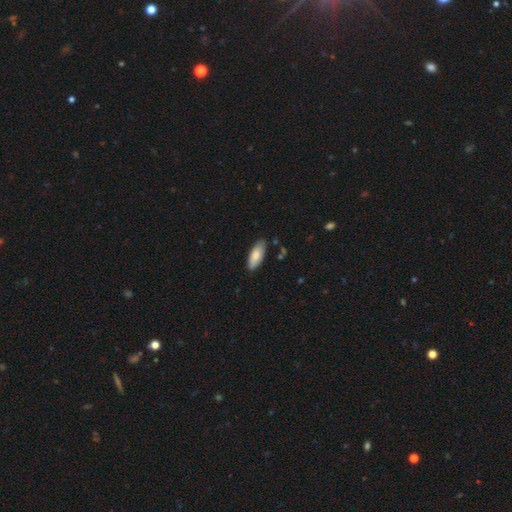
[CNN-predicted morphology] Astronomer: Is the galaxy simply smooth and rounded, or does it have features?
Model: smooth — 82%.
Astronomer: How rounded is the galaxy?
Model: in between — 79%.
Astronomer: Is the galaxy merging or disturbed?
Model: none — 81%.